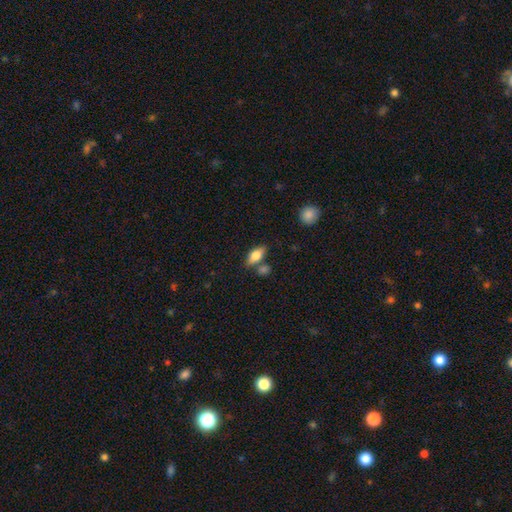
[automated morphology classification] Smooth or featured? Predicted: smooth (p=0.72). How rounded? Predicted: in between (p=0.82). Merging? Predicted: none (p=0.68).